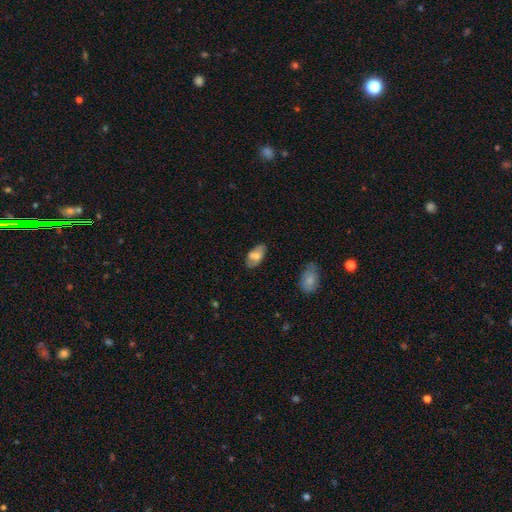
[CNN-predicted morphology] A smooth galaxy with no disk features (62%) that is in between round and cigar-shaped (93%). Merging: none (67%).